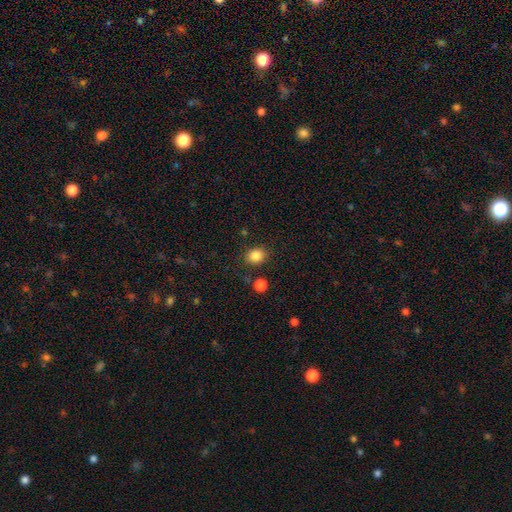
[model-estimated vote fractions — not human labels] A smooth galaxy with no disk features (85%) that is round (63%).

Vote fractions:
- Smooth or featured? smooth: 85% / star or artifact: 10% / featured or disk: 4%
- How rounded? round: 63% / in between: 36% / cigar-shaped: 1%
- Merging? none: 84% / minor disturbance: 10% / merger: 3% / major disturbance: 3%